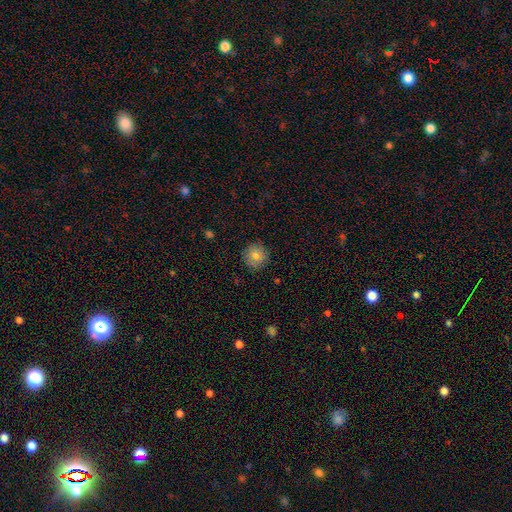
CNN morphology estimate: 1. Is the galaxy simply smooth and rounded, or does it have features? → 81% smooth, 10% featured or disk, 9% star or artifact.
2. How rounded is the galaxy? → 91% round, 8% in between, 1% cigar-shaped.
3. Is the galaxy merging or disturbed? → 88% none, 9% minor disturbance, 2% major disturbance, 1% merger.